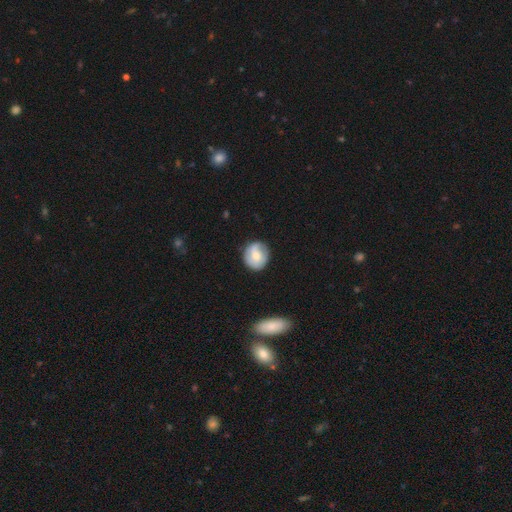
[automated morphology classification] Overall: smooth (57%; featured or disk 36%). How rounded: round (83%). Merging: none (78%).